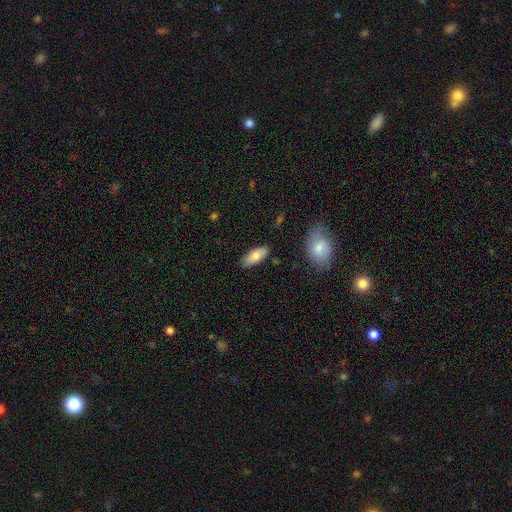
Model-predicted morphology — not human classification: type=smooth (77%); roundness=in between (84%); merging=none (84%).